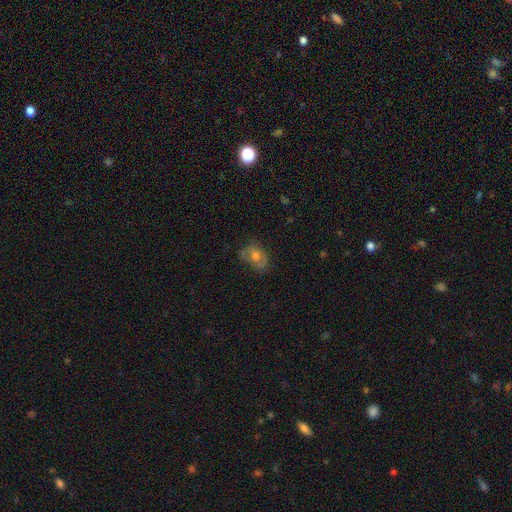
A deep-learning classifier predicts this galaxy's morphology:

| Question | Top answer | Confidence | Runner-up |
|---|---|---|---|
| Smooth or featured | smooth | 47% | featured or disk (40%) |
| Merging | none | 62% | minor disturbance (25%) |